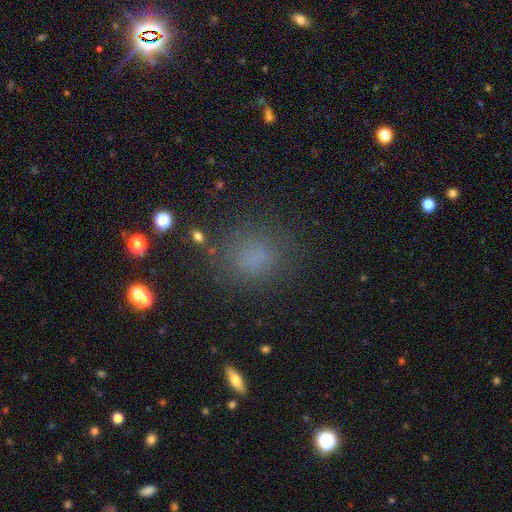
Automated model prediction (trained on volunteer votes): This is likely a smooth galaxy (72%). How rounded: likely round (66%). Merging: clearly none (80%).